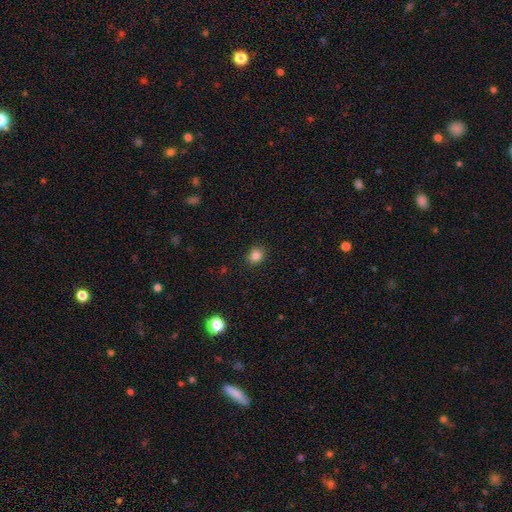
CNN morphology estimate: This appears to be a smooth galaxy with no disk features (83%) that is round (72%). Merging: none (90%).